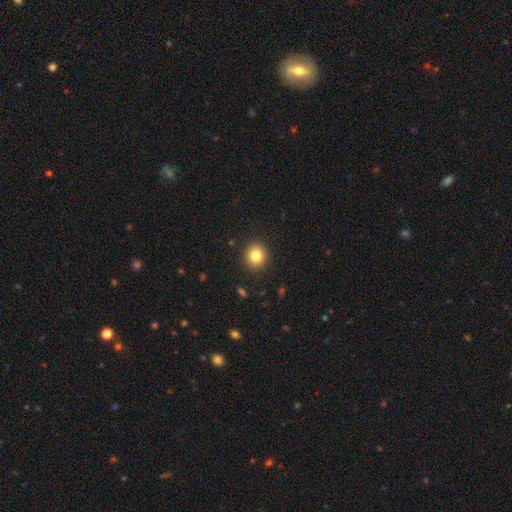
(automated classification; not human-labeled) smooth 84%, star or artifact 10%, featured or disk 6%. Down the decision tree: how rounded — round (83%); merging — none (91%).